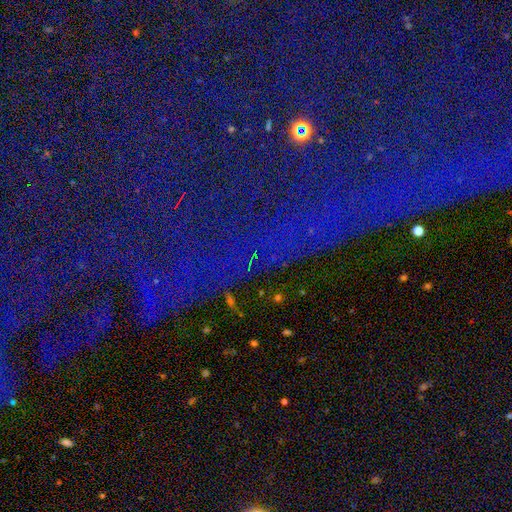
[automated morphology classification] Smooth or featured? Predicted: star or artifact (p=0.80).